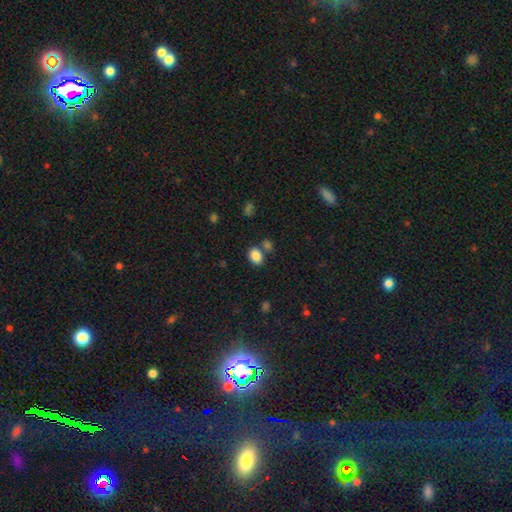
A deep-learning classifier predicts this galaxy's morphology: Smooth or featured?
  - smooth: 86% *
  - star or artifact: 9%
  - featured or disk: 5%
How rounded?
  - in between: 76% *
  - round: 23%
  - cigar-shaped: 1%
Merging?
  - none: 68% *
  - merger: 16%
  - minor disturbance: 12%
  - major disturbance: 4%